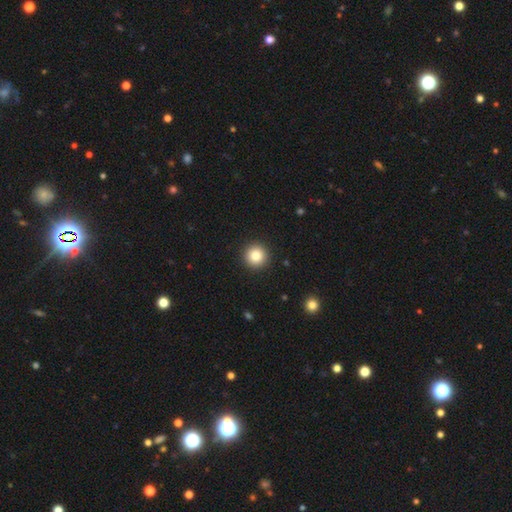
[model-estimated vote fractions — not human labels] This appears to be a smooth galaxy with no disk features (83%) that is round (96%). Merging: none (93%).